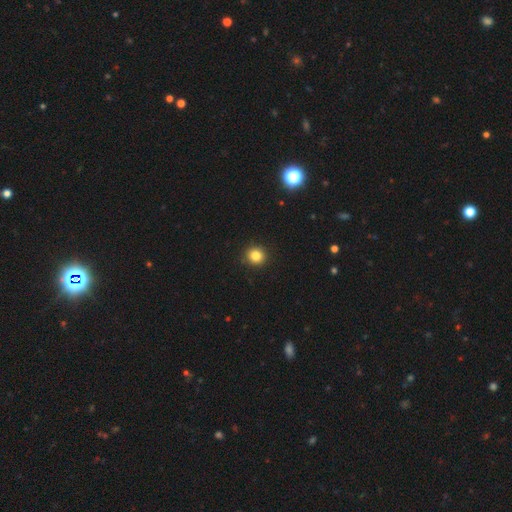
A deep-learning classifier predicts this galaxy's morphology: Overall: smooth (84%). How rounded: round (91%). Merging: none (92%).